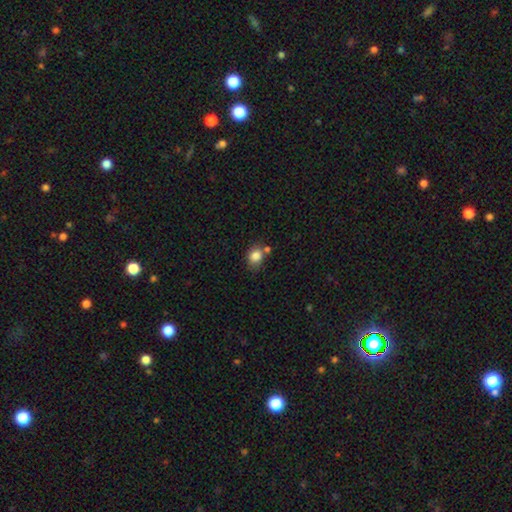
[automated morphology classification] This appears to be a smooth galaxy with no disk features (84%) that is round (57%). Merging: none (61%).